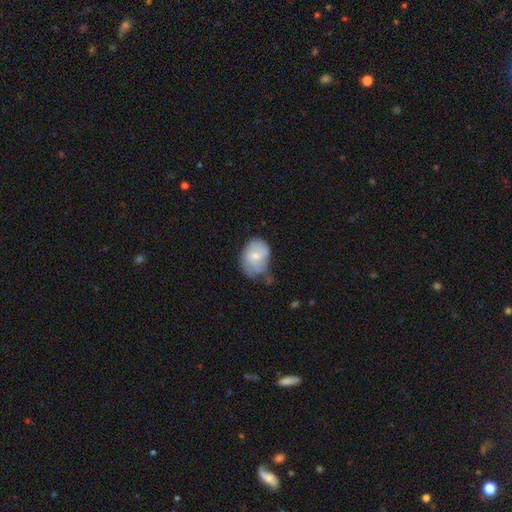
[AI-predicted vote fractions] This is likely a smooth galaxy (63%). How rounded: likely in between (62%). Merging: marginally minor disturbance (39%).